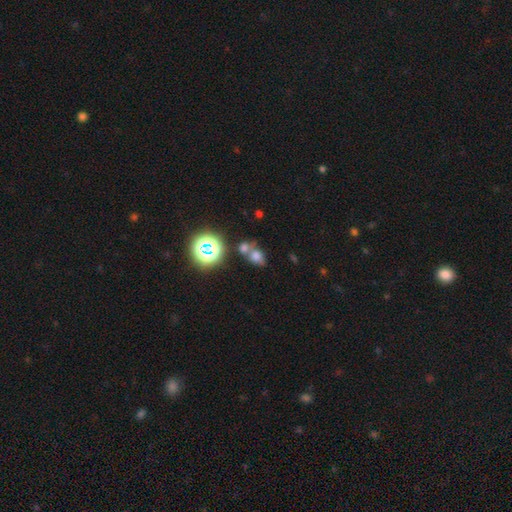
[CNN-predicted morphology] This is likely a smooth galaxy (65%). How rounded: possibly in between (55%). Merging: marginally merger (43%).